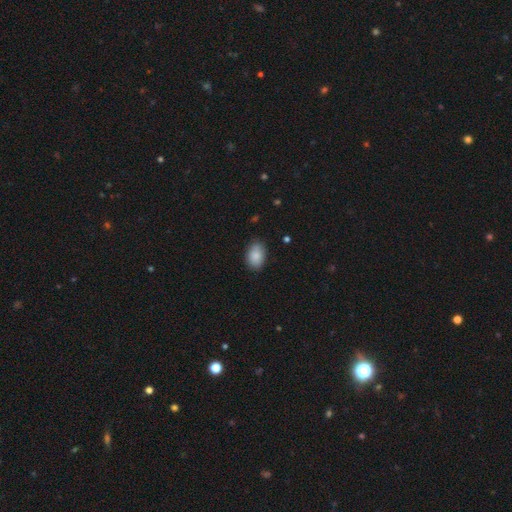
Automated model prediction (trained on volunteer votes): A smooth galaxy with no disk features (88%) that is in between round and cigar-shaped (88%).

Vote fractions:
- Smooth or featured? smooth: 88% / star or artifact: 7% / featured or disk: 5%
- How rounded? in between: 88% / round: 11% / cigar-shaped: 1%
- Merging? none: 80% / minor disturbance: 16% / major disturbance: 3% / merger: 1%